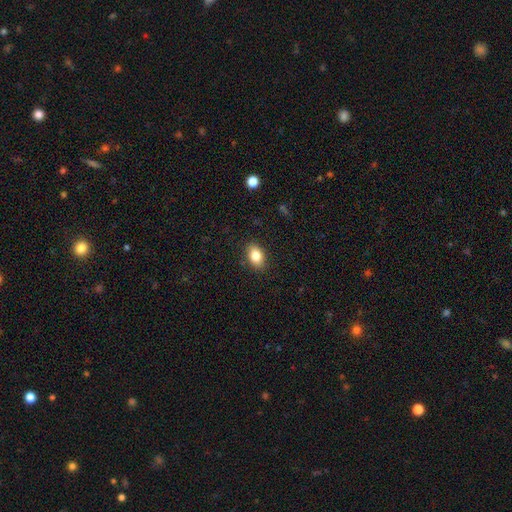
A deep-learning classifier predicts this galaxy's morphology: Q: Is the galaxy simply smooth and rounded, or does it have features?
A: smooth — 83%.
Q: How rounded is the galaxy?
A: in between — 83%.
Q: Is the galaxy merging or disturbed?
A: none — 87%.